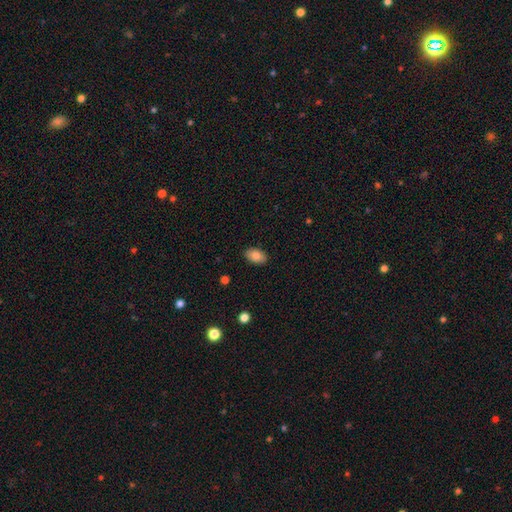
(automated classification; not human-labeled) Smooth or featured?
  - smooth: 84% *
  - featured or disk: 9%
  - star or artifact: 7%
How rounded?
  - in between: 92% *
  - round: 7%
  - cigar-shaped: 1%
Merging?
  - none: 88% *
  - minor disturbance: 9%
  - major disturbance: 2%
  - merger: 1%